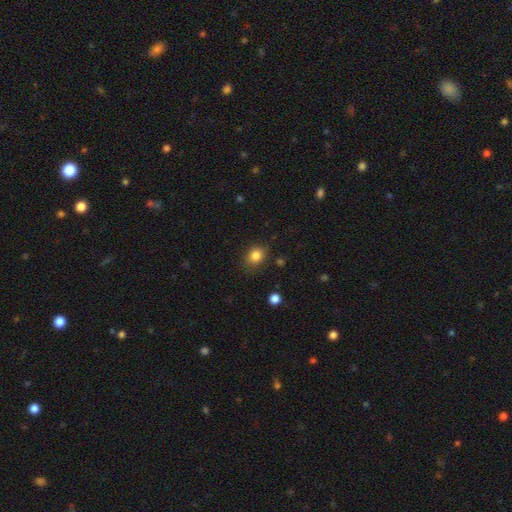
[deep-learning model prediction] Smooth or featured?
  - smooth: 84% *
  - star or artifact: 11%
  - featured or disk: 6%
How rounded?
  - round: 52% *
  - in between: 47%
  - cigar-shaped: 1%
Merging?
  - none: 82% *
  - minor disturbance: 13%
  - major disturbance: 3%
  - merger: 2%